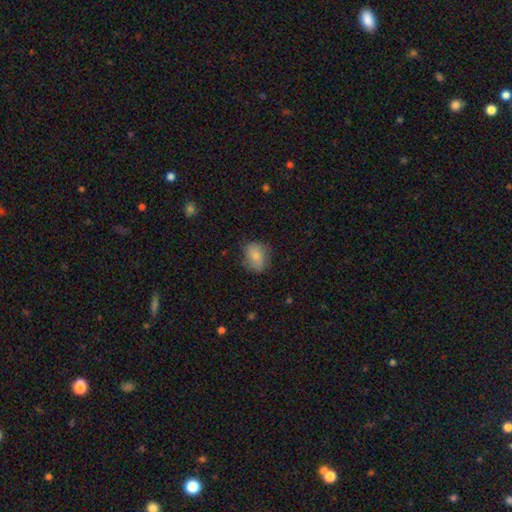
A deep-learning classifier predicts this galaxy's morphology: This is likely a smooth galaxy (79%). How rounded: possibly in between (54%). Merging: likely none (69%).